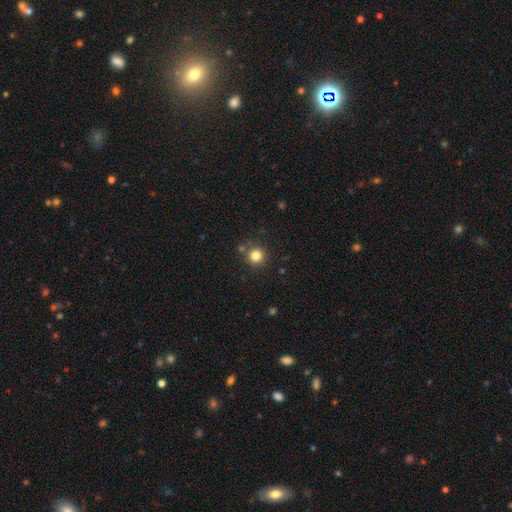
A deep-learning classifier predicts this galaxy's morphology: This appears to be a smooth galaxy with no disk features (82%) that is round (94%). Merging: none (85%).